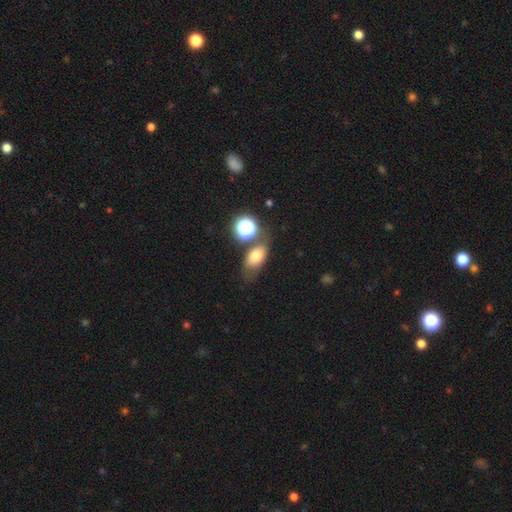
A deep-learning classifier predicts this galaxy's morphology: smooth_or_featured: smooth (p=0.72) [alt: featured or disk p=0.15]
how_rounded: in between (p=0.81) [alt: round p=0.16]
merging: none (p=0.58) [alt: minor disturbance p=0.19]